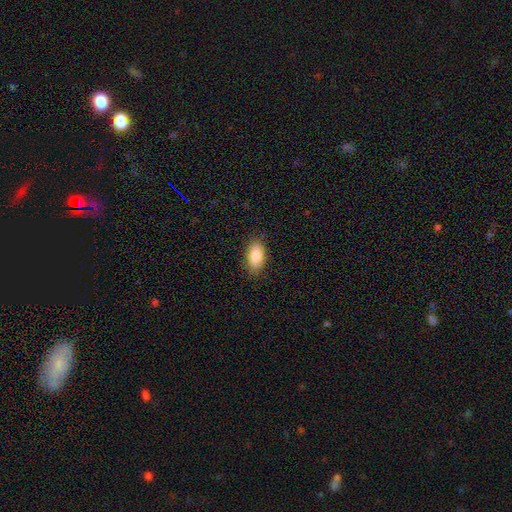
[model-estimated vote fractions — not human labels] Smooth or featured?
  - smooth: 87% *
  - star or artifact: 7%
  - featured or disk: 6%
How rounded?
  - in between: 92% *
  - cigar-shaped: 4%
  - round: 4%
Merging?
  - none: 87% *
  - minor disturbance: 10%
  - major disturbance: 2%
  - merger: 1%